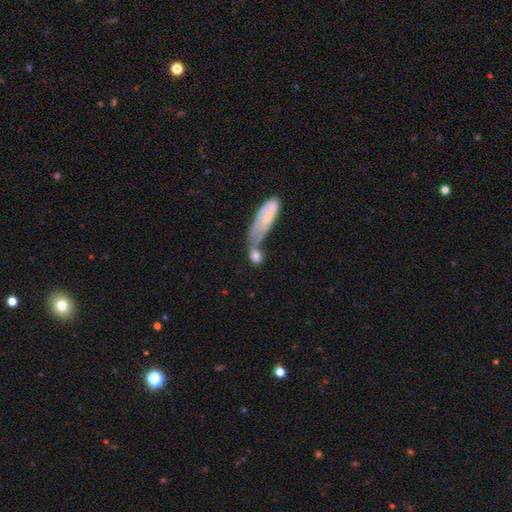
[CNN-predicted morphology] Overall: smooth (73%). How rounded: in between (47%; round 38%). Merging: merger (44%; none 31%).